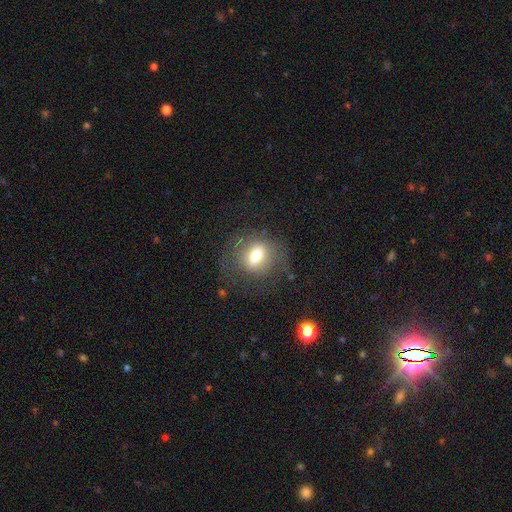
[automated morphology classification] Overall: smooth (59%; featured or disk 30%). How rounded: in between (50%; round 47%). Merging: none (64%).